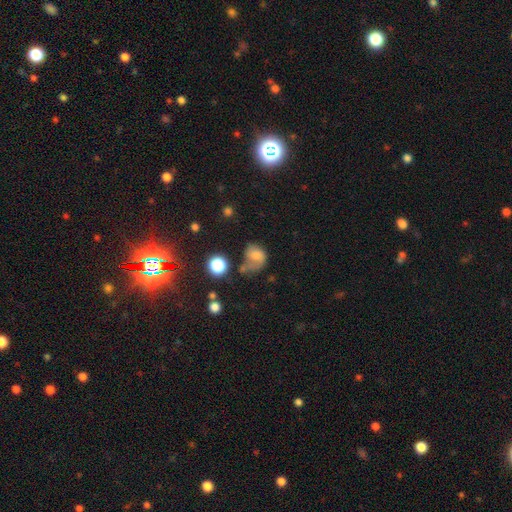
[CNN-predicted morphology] Smooth or featured: smooth — 64% (featured or disk — 22%)
How rounded: round — 52% (in between — 47%)
Merging: major disturbance — 30% (none — 28%)